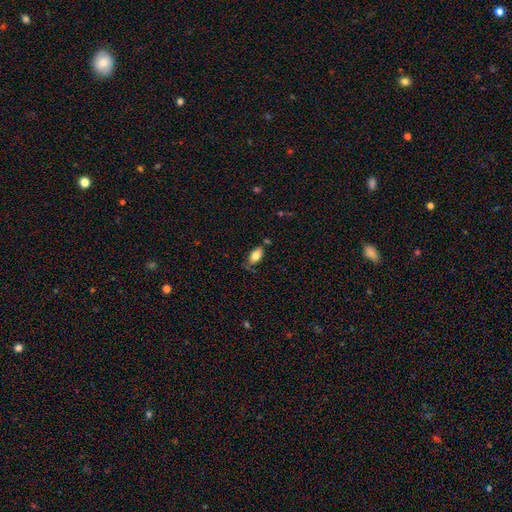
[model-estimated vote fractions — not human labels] smooth-or-featured: smooth: 77% | featured or disk: 15% | star or artifact: 7%
  how-rounded: in between: 91% | cigar-shaped: 5% | round: 4%
  merging: none: 65% | minor disturbance: 23% | major disturbance: 6% | merger: 5%